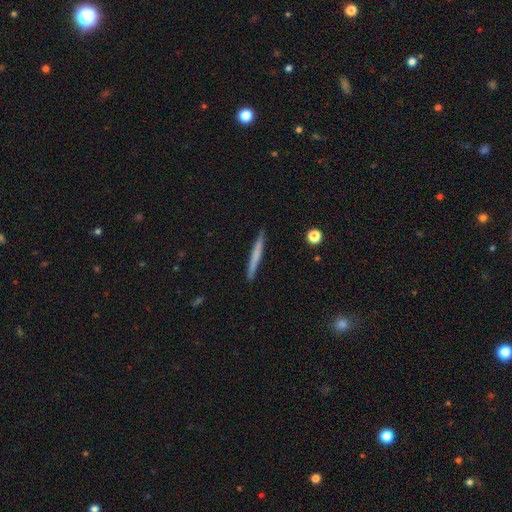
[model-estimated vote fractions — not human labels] Morphology: type=smooth (60%); roundness=cigar-shaped (97%); merging=none (90%).